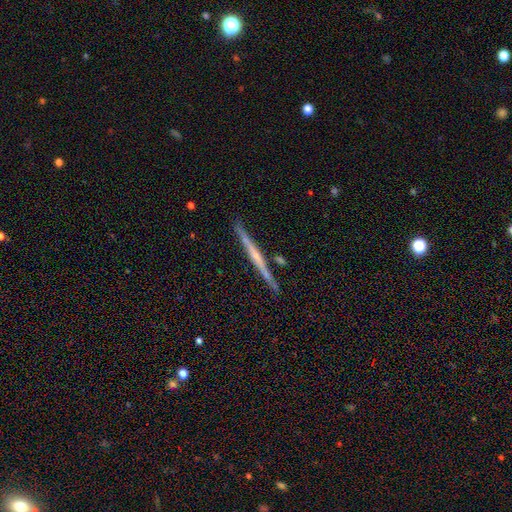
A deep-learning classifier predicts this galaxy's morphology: This appears to be a featured or disk galaxy (69%) viewed edge-on (98%) with no central bulge (55%). Merging: none (85%).